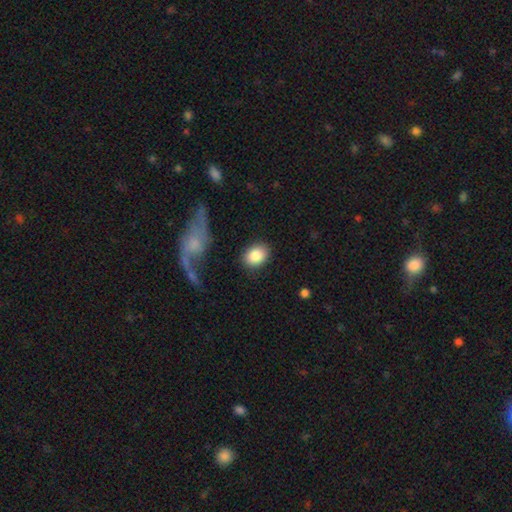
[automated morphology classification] Smooth or featured?
  - smooth: 86% *
  - star or artifact: 7%
  - featured or disk: 7%
How rounded?
  - in between: 57% *
  - round: 42%
  - cigar-shaped: 1%
Merging?
  - none: 84% *
  - minor disturbance: 10%
  - major disturbance: 3%
  - merger: 3%